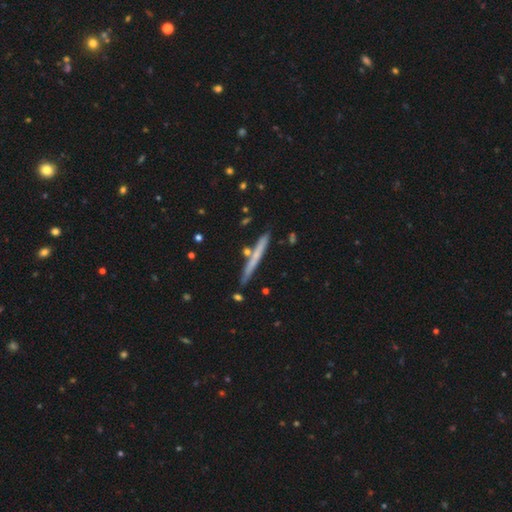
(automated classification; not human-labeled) smooth-or-featured: smooth: 51% | featured or disk: 43% | star or artifact: 6%
  how-rounded: cigar-shaped: 97% | in between: 2% | round: 1%
  merging: none: 83% | minor disturbance: 10% | merger: 6% | major disturbance: 2%